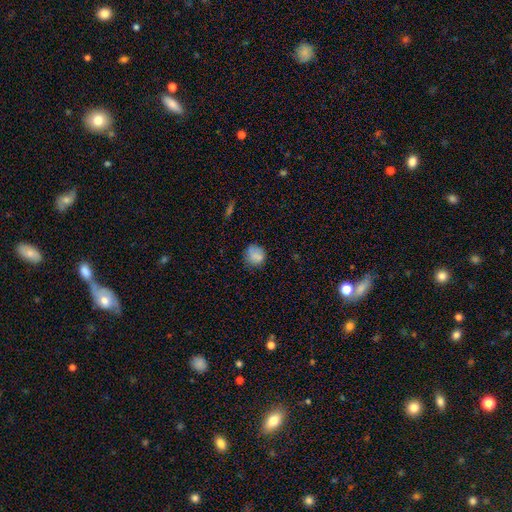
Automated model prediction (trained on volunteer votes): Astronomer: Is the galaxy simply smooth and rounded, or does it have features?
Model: smooth — 82%.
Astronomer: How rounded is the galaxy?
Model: round — 86%.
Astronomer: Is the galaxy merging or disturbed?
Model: none — 71%.